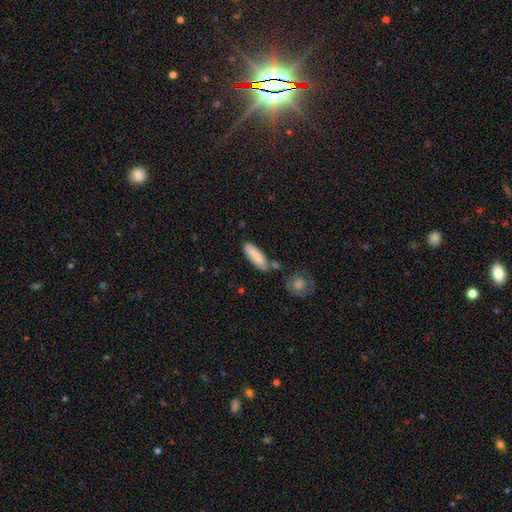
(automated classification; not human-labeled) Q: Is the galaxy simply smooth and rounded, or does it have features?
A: smooth — 84%.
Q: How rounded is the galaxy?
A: cigar-shaped — 58%.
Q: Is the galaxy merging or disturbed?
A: none — 71%.